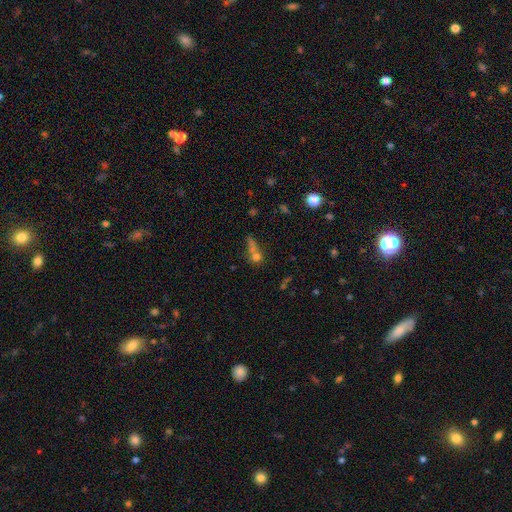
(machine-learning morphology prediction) smooth_or_featured: smooth (p=0.55) [alt: star or artifact p=0.25]
how_rounded: round (p=0.68) [alt: in between p=0.22]
merging: none (p=0.41) [tied with: merger p=0.41]